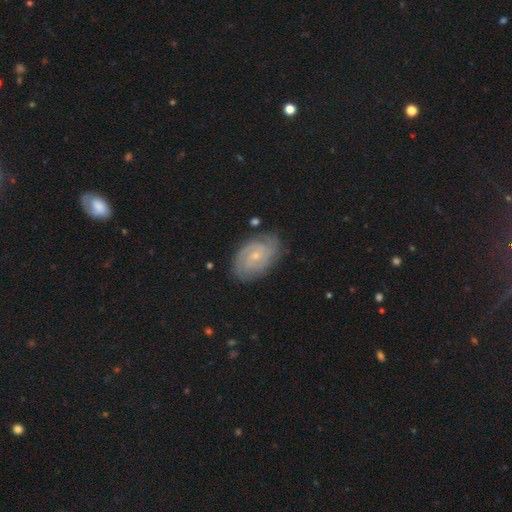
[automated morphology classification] A featured or disk galaxy (81%) with no bar (66%), 2 (35%) tight (67%) spiral arms (96%) and a small central bulge (74%).

Vote fractions:
- Smooth or featured? featured or disk: 81% / smooth: 12% / star or artifact: 6%
- Edge-on disk? no: 97% / yes: 3%
- Bar? no: 66% / weak: 29% / strong: 5%
- Spiral arms? yes: 96% / no: 4%
- Spiral winding? tight: 67% / medium: 27% / loose: 6%
- Spiral arm count? 2: 35% / can't tell: 25% / 3: 21% / 4: 9% / 1: 5% / more than 4: 5%
- Bulge size? small: 74% / moderate: 22% / none: 2% / large: 1% / dominant: 1%
- Merging? none: 79% / minor disturbance: 16% / major disturbance: 4% / merger: 2%